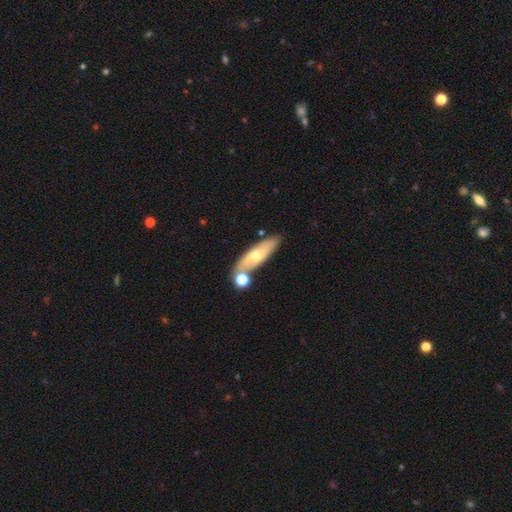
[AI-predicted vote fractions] A smooth galaxy with no disk features (49%). Merging: none (69%).